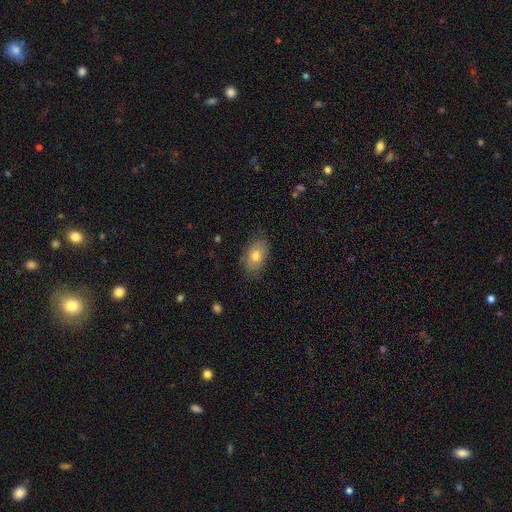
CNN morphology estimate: This is likely a smooth galaxy (75%). How rounded: clearly in between (85%). Merging: likely none (77%).